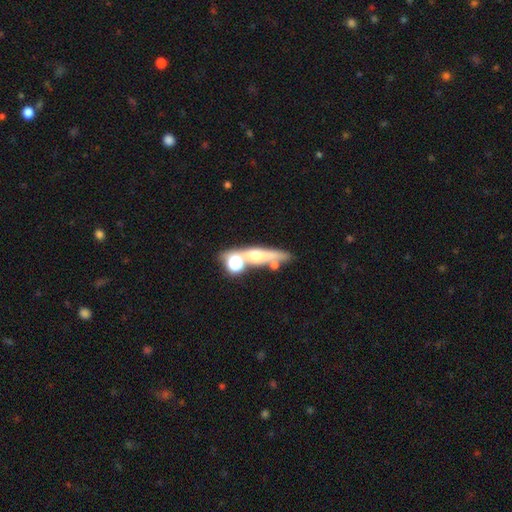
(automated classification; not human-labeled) A featured or disk galaxy (45%).

Vote fractions:
- Smooth or featured? featured or disk: 45% / smooth: 38% / star or artifact: 17%
- Merging? none: 53% / merger: 25% / minor disturbance: 14% / major disturbance: 8%